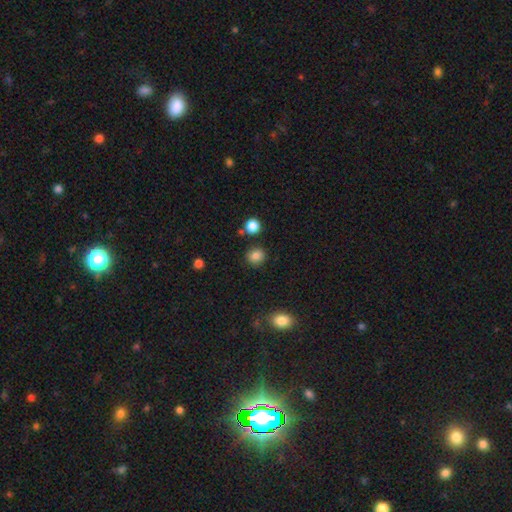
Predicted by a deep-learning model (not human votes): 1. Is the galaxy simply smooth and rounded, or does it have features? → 84% smooth, 11% star or artifact, 5% featured or disk.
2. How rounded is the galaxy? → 86% round, 13% in between, 1% cigar-shaped.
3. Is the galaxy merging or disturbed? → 87% none, 7% minor disturbance, 4% merger, 2% major disturbance.